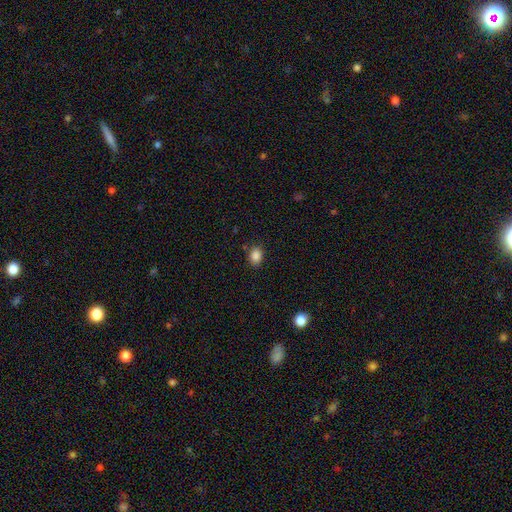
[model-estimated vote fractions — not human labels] A smooth galaxy with no disk features (86%) that is in between round and cigar-shaped (64%). Merging: none (84%).